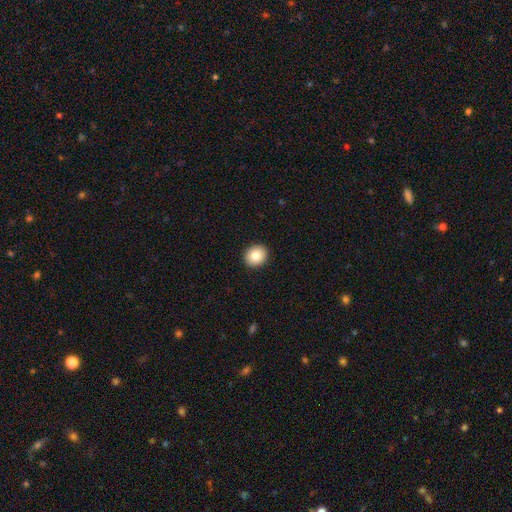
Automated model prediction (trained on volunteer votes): smooth-or-featured: smooth: 83% | star or artifact: 9% | featured or disk: 9%
  how-rounded: round: 81% | in between: 18% | cigar-shaped: 1%
  merging: none: 93% | minor disturbance: 5% | major disturbance: 1% | merger: 1%